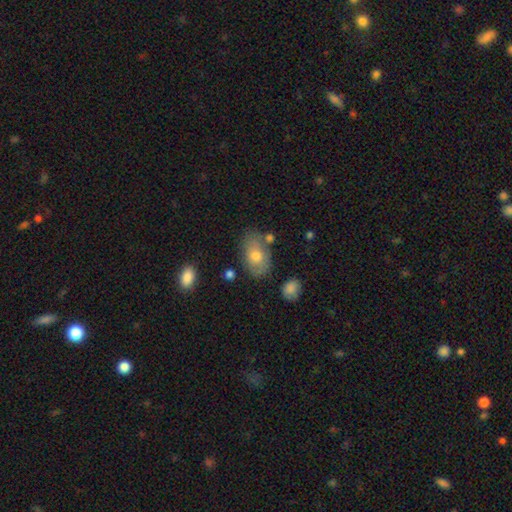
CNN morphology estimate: Smooth or featured: smooth — 67% (featured or disk — 25%)
How rounded: in between — 89% (round — 10%)
Merging: none — 68% (minor disturbance — 20%)